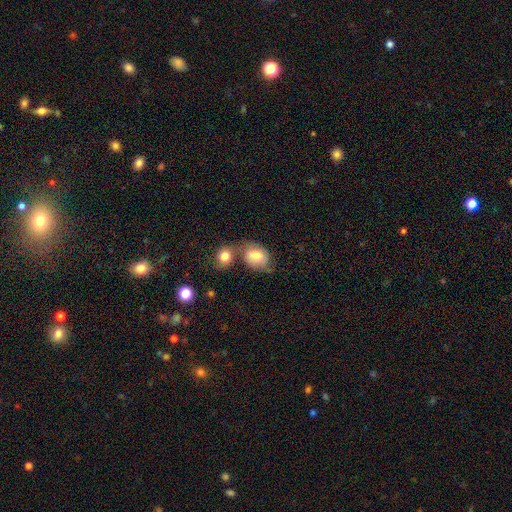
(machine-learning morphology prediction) Smooth or featured: smooth — 72% (featured or disk — 21%)
How rounded: in between — 55% (round — 44%)
Merging: merger — 46% (none — 32%)